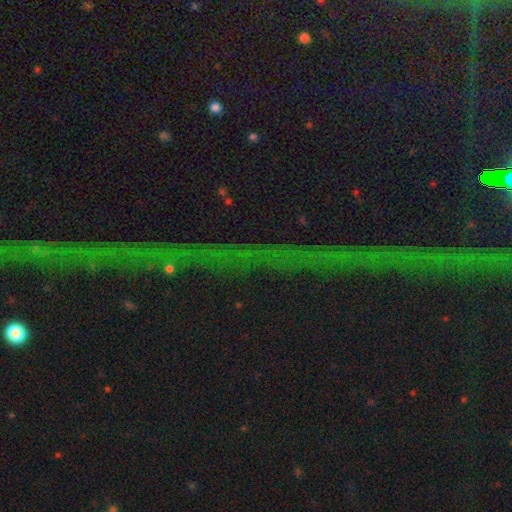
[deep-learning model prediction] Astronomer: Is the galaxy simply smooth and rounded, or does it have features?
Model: star or artifact — 73%.